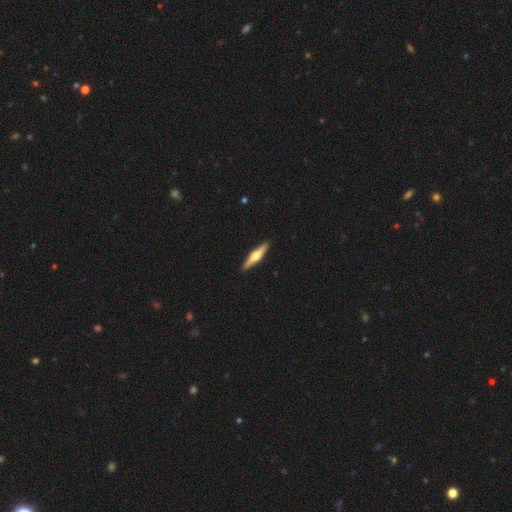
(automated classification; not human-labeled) smooth-or-featured: featured or disk: 60% | smooth: 35% | star or artifact: 5%
  disk-edge-on: yes: 97% | no: 3%
    edge-on-bulge: rounded: 89% | boxy: 7% | none: 4%
  merging: none: 91% | minor disturbance: 6% | major disturbance: 1% | merger: 1%